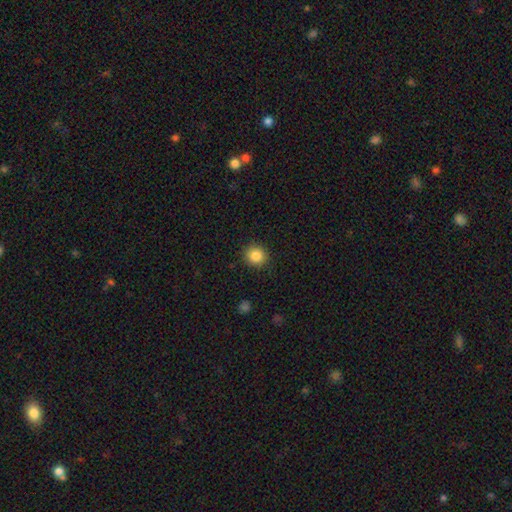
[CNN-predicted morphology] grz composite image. It shows a smooth galaxy with no disk features (86%) that is round (88%). Merging: none (90%).